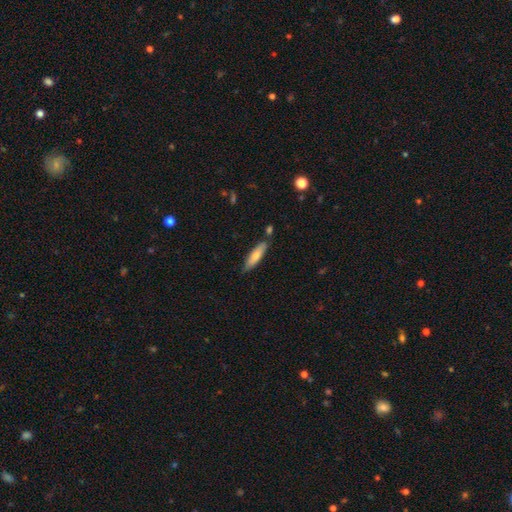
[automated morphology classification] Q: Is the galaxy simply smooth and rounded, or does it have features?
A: smooth — 70%.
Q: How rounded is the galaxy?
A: cigar-shaped — 68%.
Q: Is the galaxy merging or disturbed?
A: none — 75%.